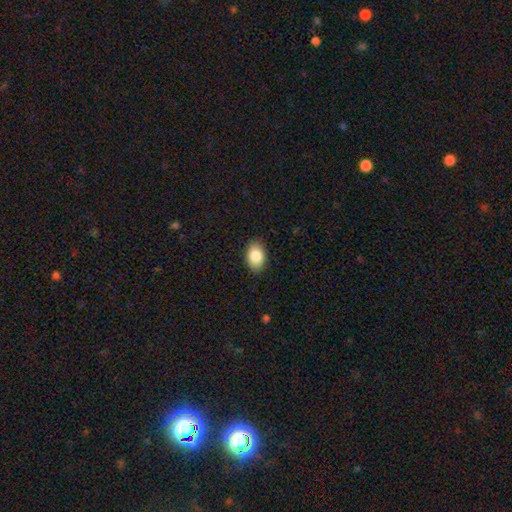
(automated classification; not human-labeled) Morphology: type=smooth (85%); roundness=in between (87%); merging=none (87%).